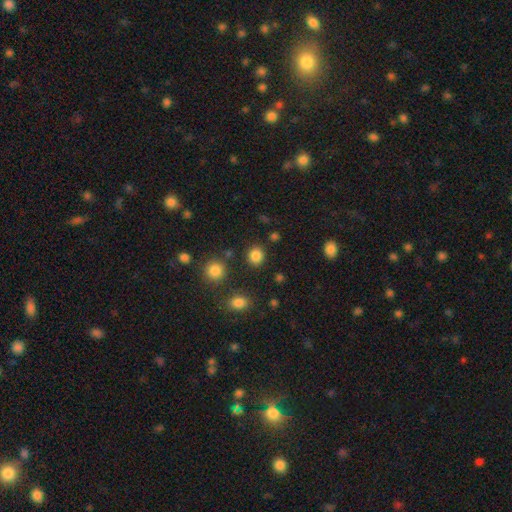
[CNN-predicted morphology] This is clearly a smooth galaxy (84%). How rounded: clearly round (83%). Merging: clearly none (86%).